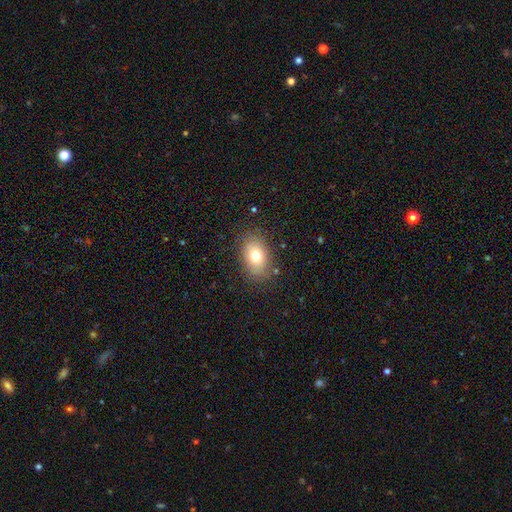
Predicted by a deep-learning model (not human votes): This is likely a smooth galaxy (77%). How rounded: clearly in between (83%). Merging: clearly none (82%).